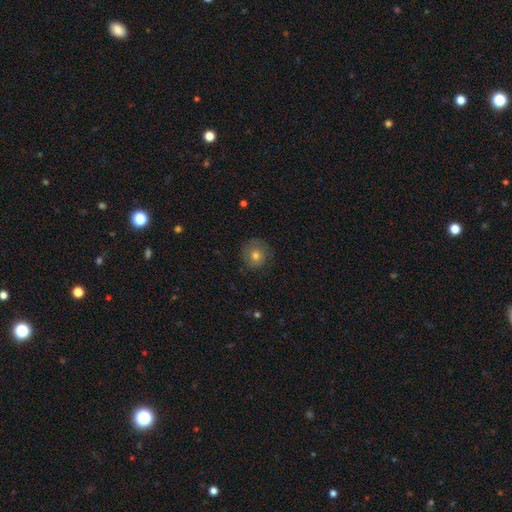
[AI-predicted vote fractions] Q: Smooth or featured?
A: smooth (62%); runner-up: featured or disk (26%)
Q: How rounded?
A: round (91%); runner-up: in between (8%)
Q: Merging?
A: none (82%); runner-up: minor disturbance (13%)